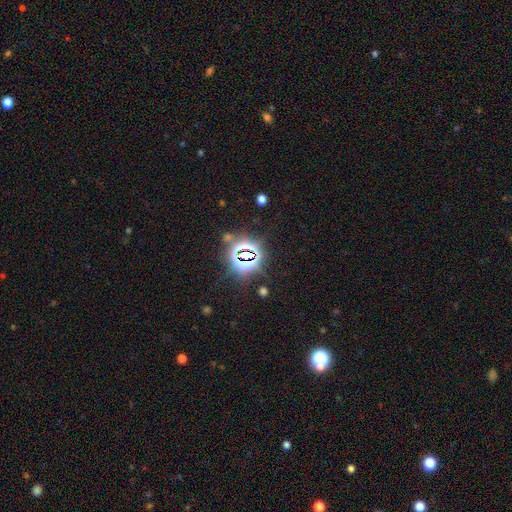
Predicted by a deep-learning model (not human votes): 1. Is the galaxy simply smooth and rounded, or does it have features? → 81% star or artifact, 11% smooth, 8% featured or disk.